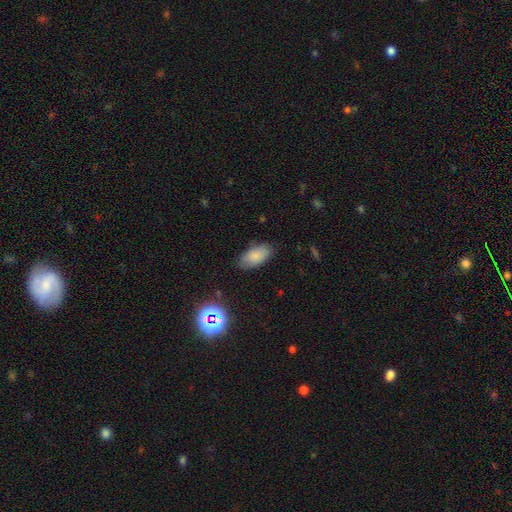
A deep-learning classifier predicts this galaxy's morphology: Smooth or featured? smooth (84%)
How rounded? in between (93%)
Merging? none (80%)